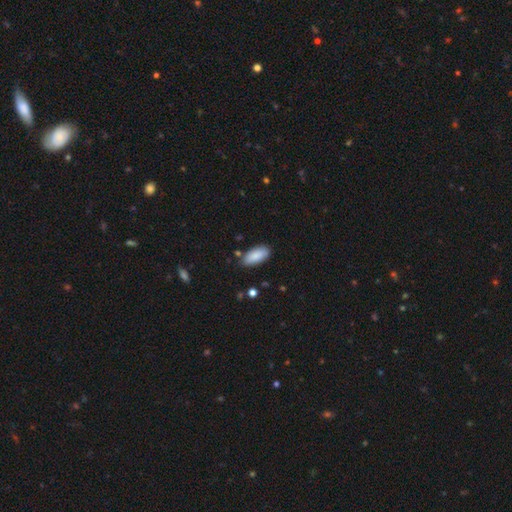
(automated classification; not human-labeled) A smooth galaxy with no disk features (88%) that is in between round and cigar-shaped (89%).

Vote fractions:
- Smooth or featured? smooth: 88% / featured or disk: 6% / star or artifact: 6%
- How rounded? in between: 89% / cigar-shaped: 9% / round: 2%
- Merging? none: 82% / minor disturbance: 13% / merger: 3% / major disturbance: 3%